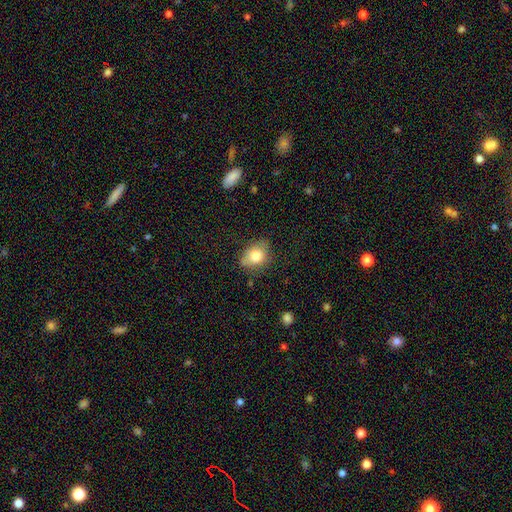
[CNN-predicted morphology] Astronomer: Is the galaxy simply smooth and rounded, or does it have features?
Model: smooth — 79%.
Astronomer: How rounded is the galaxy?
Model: in between — 62%.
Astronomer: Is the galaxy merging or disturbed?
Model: none — 67%.